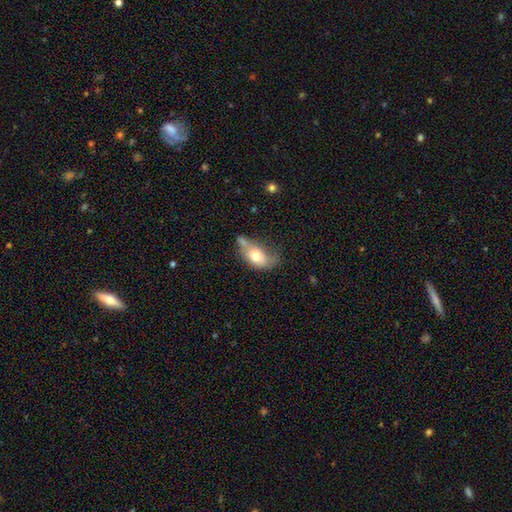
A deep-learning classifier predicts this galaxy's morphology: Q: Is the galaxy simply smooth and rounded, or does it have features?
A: smooth — 69%.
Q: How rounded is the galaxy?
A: in between — 85%.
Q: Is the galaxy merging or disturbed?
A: minor disturbance — 30%.